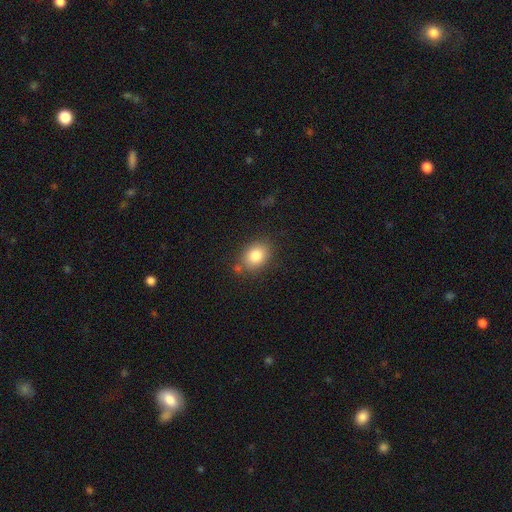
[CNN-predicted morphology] Smooth or featured?
  - smooth: 83% *
  - star or artifact: 9%
  - featured or disk: 8%
How rounded?
  - in between: 62% *
  - round: 37%
  - cigar-shaped: 1%
Merging?
  - none: 77% *
  - minor disturbance: 14%
  - merger: 4%
  - major disturbance: 4%